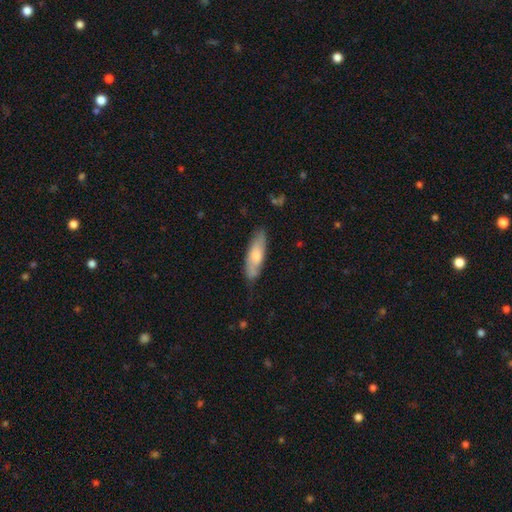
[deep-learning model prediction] Smooth or featured? Predicted: smooth (p=0.66). How rounded? Predicted: in between (p=0.50). Merging? Predicted: none (p=0.73).